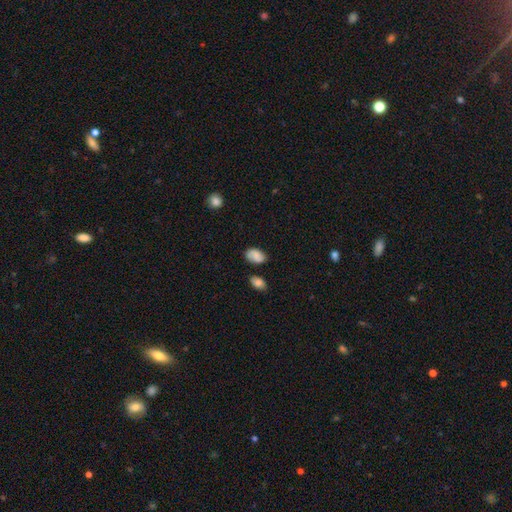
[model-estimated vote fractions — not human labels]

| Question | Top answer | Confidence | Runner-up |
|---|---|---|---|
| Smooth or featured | smooth | 74% | featured or disk (16%) |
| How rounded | in between | 89% | round (10%) |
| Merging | none | 66% | minor disturbance (22%) |